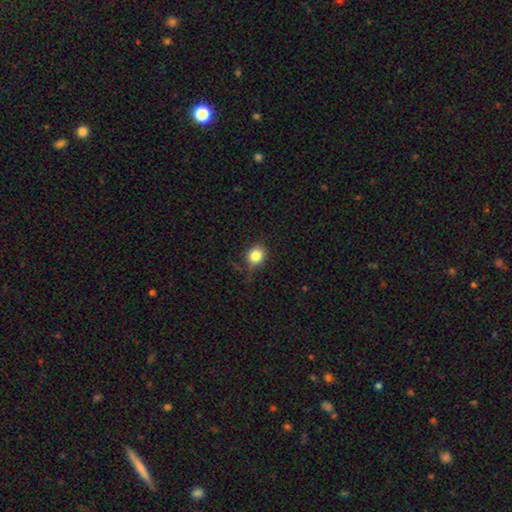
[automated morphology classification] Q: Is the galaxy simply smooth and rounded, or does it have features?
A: smooth — 83%.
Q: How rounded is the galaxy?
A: round — 77%.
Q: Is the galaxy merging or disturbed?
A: none — 72%.